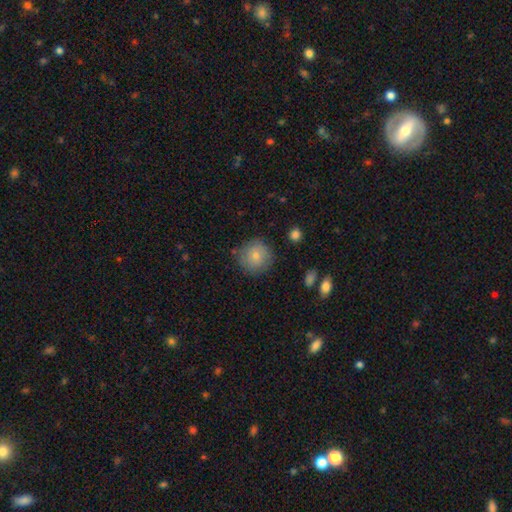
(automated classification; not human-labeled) Overall: smooth (77%). How rounded: round (93%). Merging: none (84%).